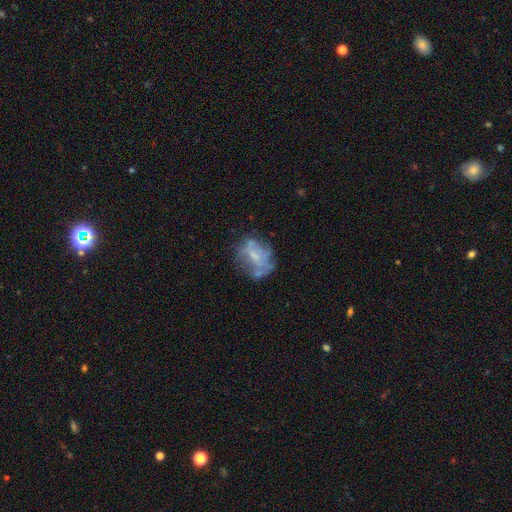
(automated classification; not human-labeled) featured or disk 56%, smooth 32%, star or artifact 12%. Down the decision tree: edge-on disk — no (97%); bar — no (63%); spiral arms — no (71%); bulge size — small (45%); merging — none (50%).